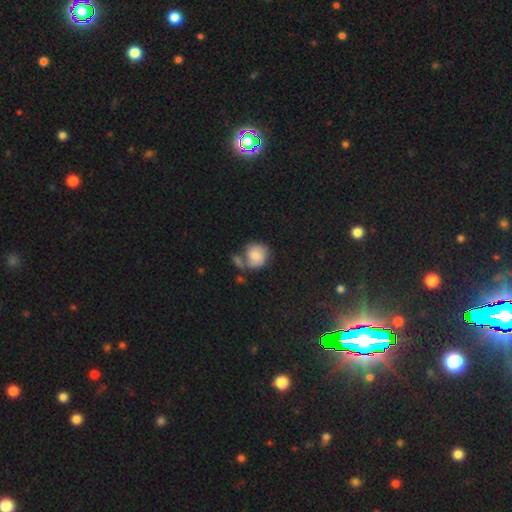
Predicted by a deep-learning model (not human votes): Smooth or featured: smooth — 71% (featured or disk — 20%)
How rounded: round — 76% (in between — 23%)
Merging: none — 39% (merger — 31%)